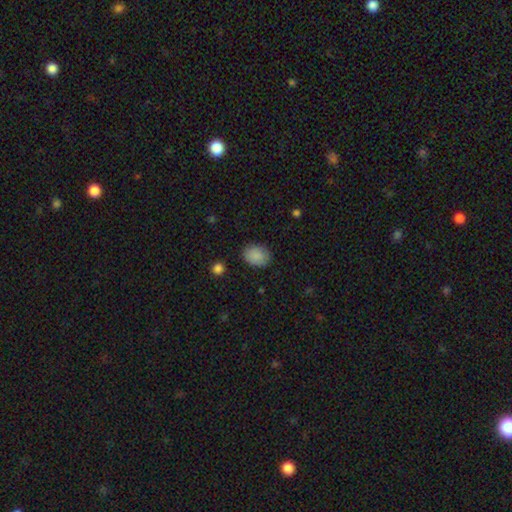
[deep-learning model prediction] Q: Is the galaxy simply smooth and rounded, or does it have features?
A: smooth — 88%.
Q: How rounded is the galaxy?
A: in between — 67%.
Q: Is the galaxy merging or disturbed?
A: none — 84%.